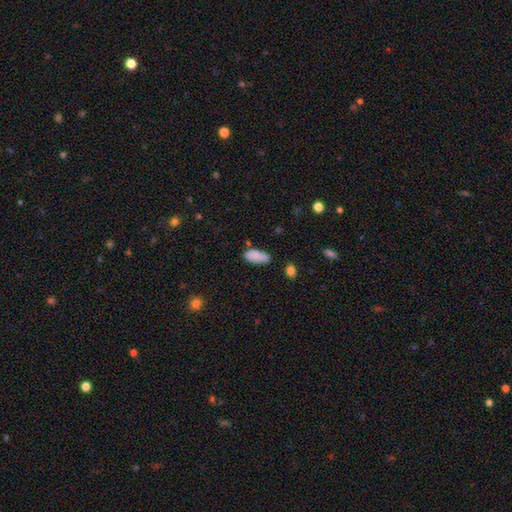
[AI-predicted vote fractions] Morphology: type=smooth (85%); roundness=in between (86%); merging=none (72%).